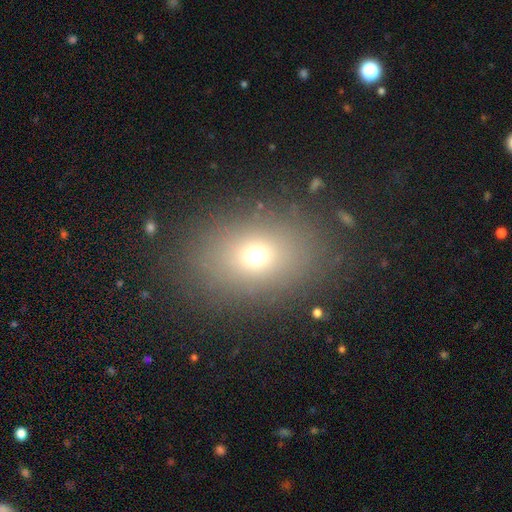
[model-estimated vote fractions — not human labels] This is likely a smooth galaxy (68%). How rounded: likely in between (62%). Merging: clearly none (82%).